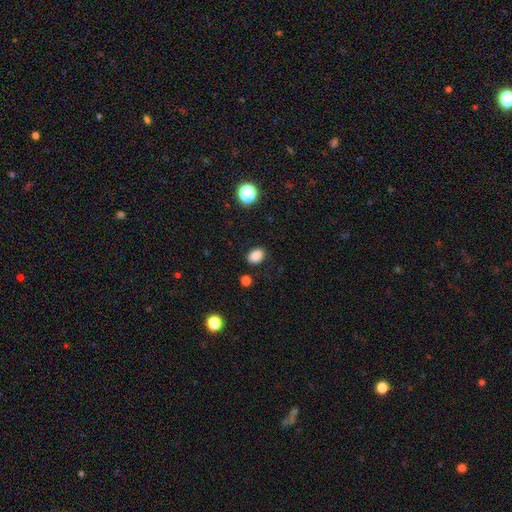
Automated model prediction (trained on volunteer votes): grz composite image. It shows a smooth galaxy with no disk features (86%) that is in between round and cigar-shaped (75%). Merging: none (85%).